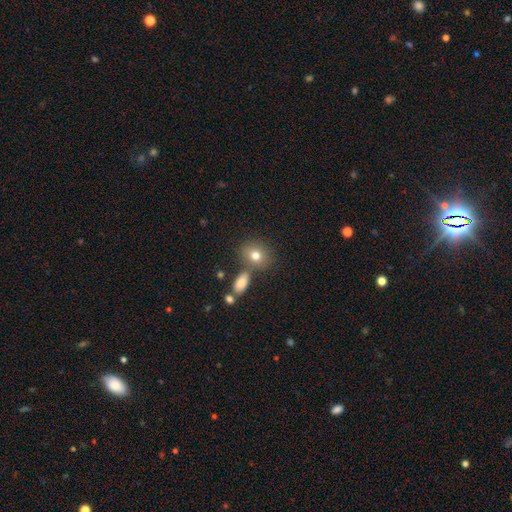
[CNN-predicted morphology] Smooth or featured: smooth — 77% (featured or disk — 13%)
How rounded: round — 54% (in between — 45%)
Merging: none — 63% (merger — 20%)